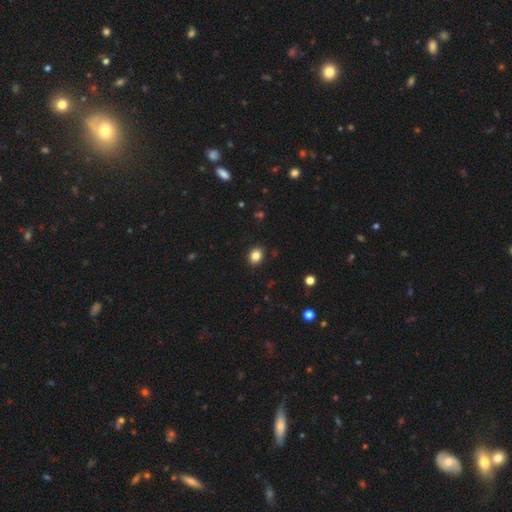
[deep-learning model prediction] Smooth or featured? Predicted: smooth (p=0.85). How rounded? Predicted: round (p=0.57). Merging? Predicted: none (p=0.90).